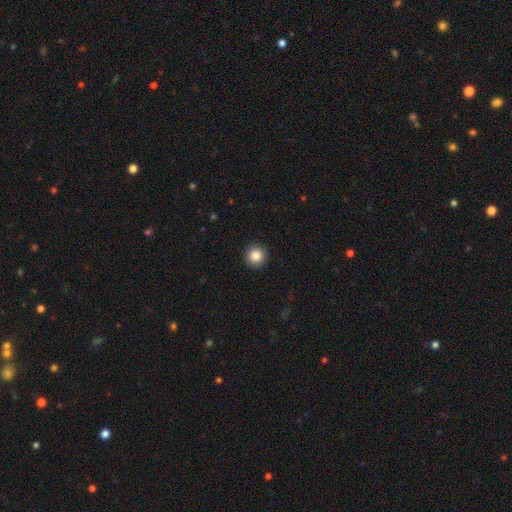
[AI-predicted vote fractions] smooth-or-featured: smooth: 87% | star or artifact: 9% | featured or disk: 5%
  how-rounded: round: 95% | in between: 4% | cigar-shaped: 1%
  merging: none: 91% | minor disturbance: 6% | major disturbance: 2% | merger: 1%